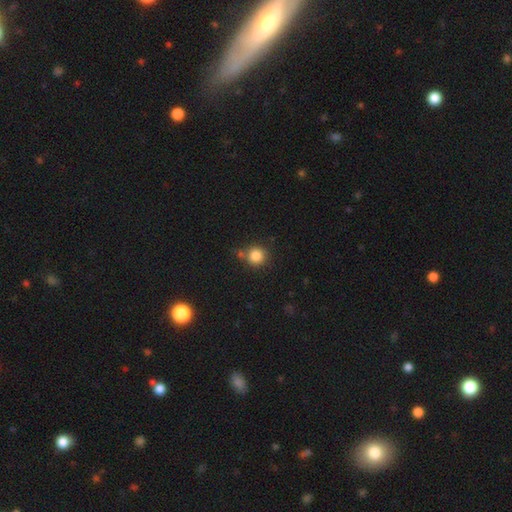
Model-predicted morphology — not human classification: Smooth or featured? Predicted: smooth (p=0.84). How rounded? Predicted: round (p=0.91). Merging? Predicted: none (p=0.72).